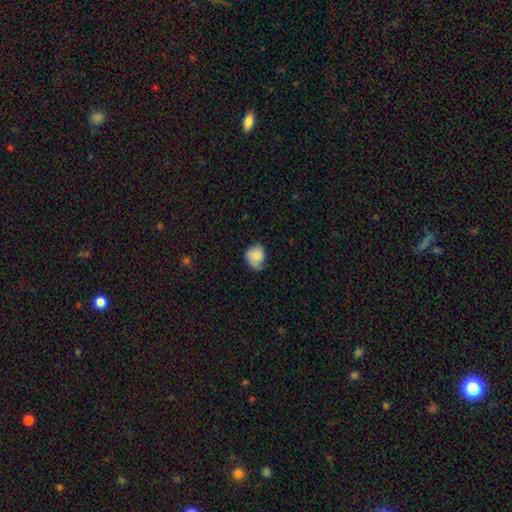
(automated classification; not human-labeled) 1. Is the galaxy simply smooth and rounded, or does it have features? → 73% smooth, 20% featured or disk, 7% star or artifact.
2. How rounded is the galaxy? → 60% round, 39% in between, 1% cigar-shaped.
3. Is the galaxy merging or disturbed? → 42% none, 39% minor disturbance, 17% major disturbance, 2% merger.